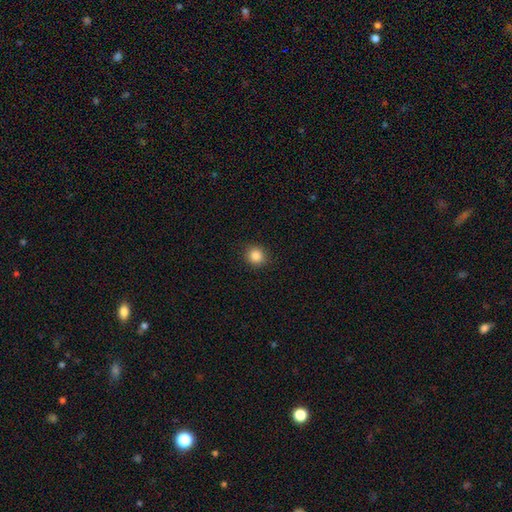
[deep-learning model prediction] A smooth galaxy with no disk features (85%) that is round (88%). Merging: none (90%).